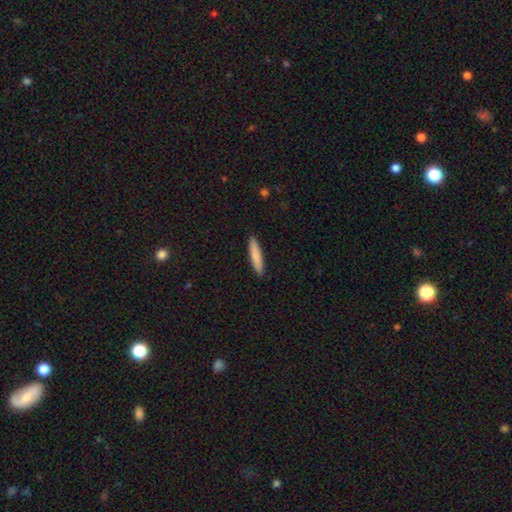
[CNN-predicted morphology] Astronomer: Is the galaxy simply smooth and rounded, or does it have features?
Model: smooth — 83%.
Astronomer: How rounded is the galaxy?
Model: cigar-shaped — 89%.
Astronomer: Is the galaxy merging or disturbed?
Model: none — 91%.